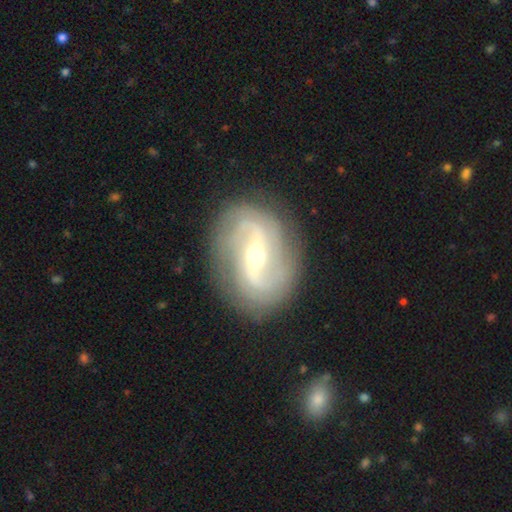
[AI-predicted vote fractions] Morphology: type=featured or disk (86%); edge-on=no (96%); bar=strong (42%); spiral arms=yes (94%); winding=medium (40%); arm count=2 (73%); bulge=moderate (56%); merging=none (82%).